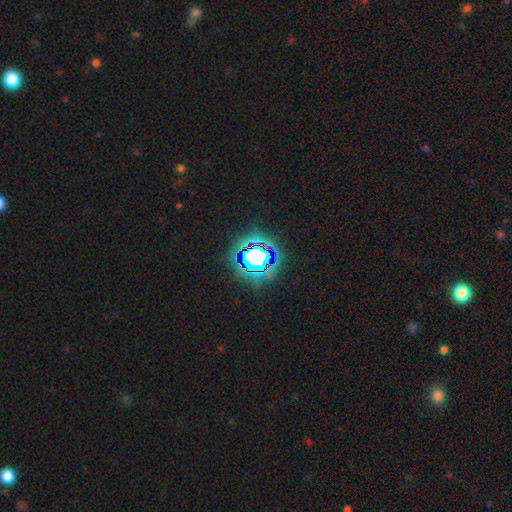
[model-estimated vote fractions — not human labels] A star or artifact, not a galaxy (63%).

Vote fractions:
- Smooth or featured? star or artifact: 63% / smooth: 23% / featured or disk: 14%